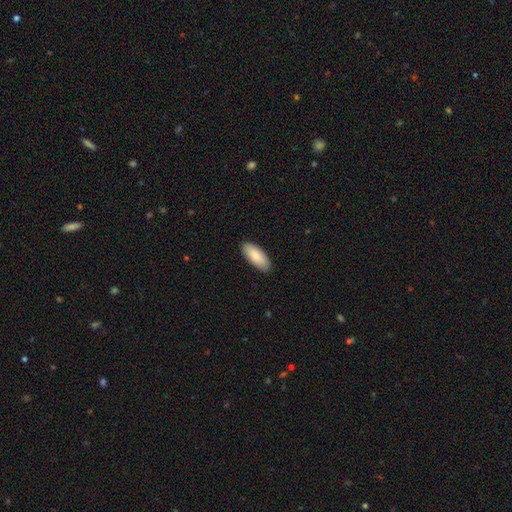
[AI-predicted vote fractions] smooth 87%, featured or disk 8%, star or artifact 5%. Down the decision tree: how rounded — in between (86%); merging — none (89%).